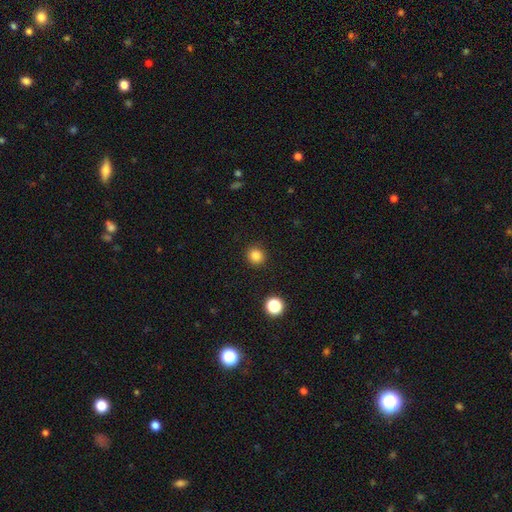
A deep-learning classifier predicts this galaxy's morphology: Smooth or featured? Predicted: smooth (p=0.84). How rounded? Predicted: round (p=0.91). Merging? Predicted: none (p=0.91).